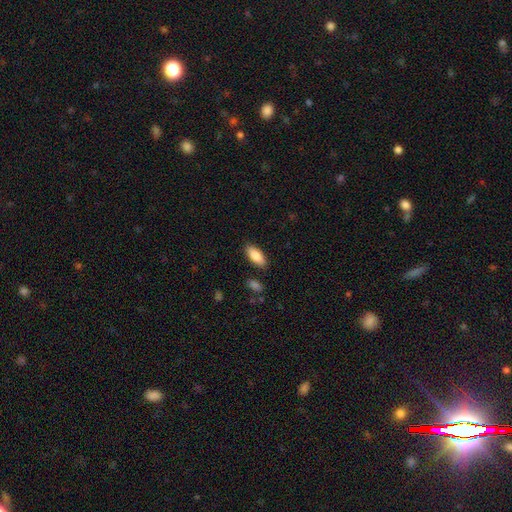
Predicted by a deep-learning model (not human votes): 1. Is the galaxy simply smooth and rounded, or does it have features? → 85% smooth, 8% featured or disk, 6% star or artifact.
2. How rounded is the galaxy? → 81% in between, 17% cigar-shaped, 2% round.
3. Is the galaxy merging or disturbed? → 86% none, 10% minor disturbance, 2% major disturbance, 2% merger.